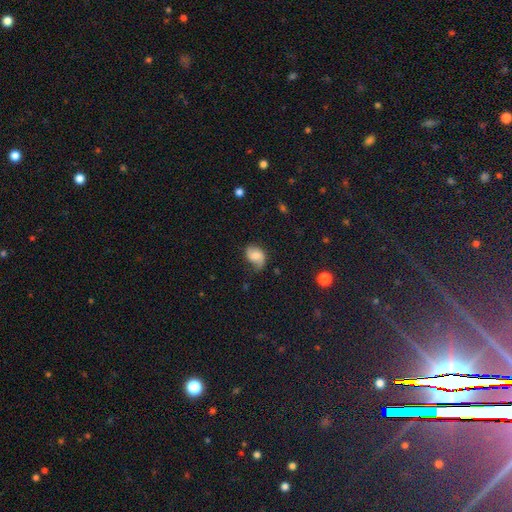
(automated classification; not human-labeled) A smooth galaxy with no disk features (52%) that is in between round and cigar-shaped (74%).

Vote fractions:
- Smooth or featured? smooth: 52% / featured or disk: 38% / star or artifact: 9%
- How rounded? in between: 74% / round: 25% / cigar-shaped: 1%
- Merging? none: 52% / minor disturbance: 33% / major disturbance: 13% / merger: 2%